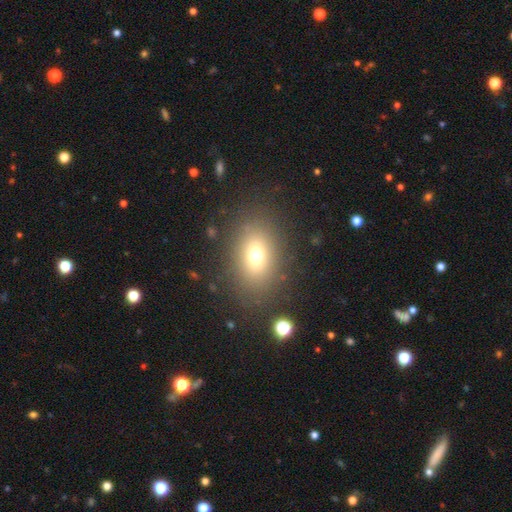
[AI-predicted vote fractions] Smooth or featured? Predicted: smooth (p=0.70). How rounded? Predicted: in between (p=0.74). Merging? Predicted: none (p=0.83).